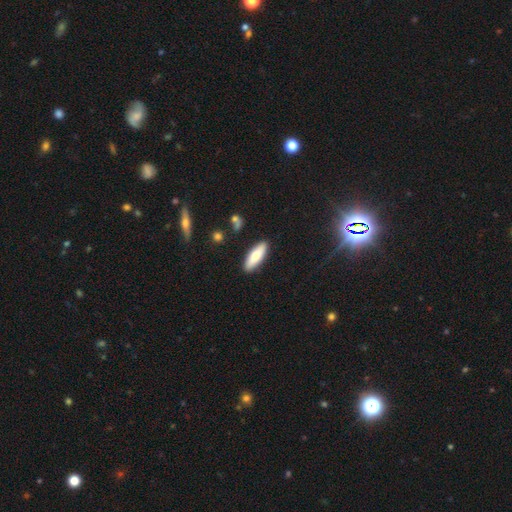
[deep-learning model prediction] Smooth or featured? Predicted: smooth (p=0.76). How rounded? Predicted: in between (p=0.56). Merging? Predicted: none (p=0.89).